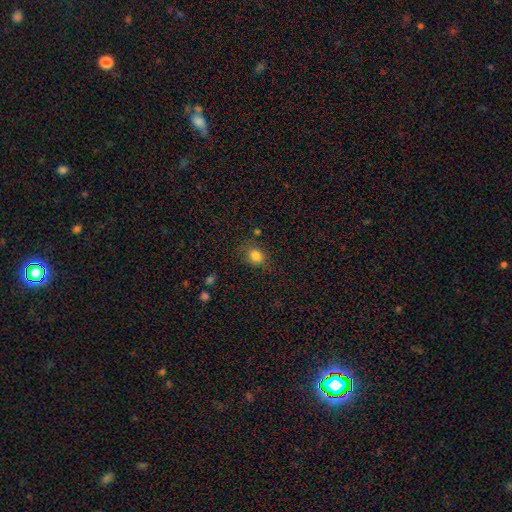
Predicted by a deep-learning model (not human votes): Q: Smooth or featured?
A: smooth (82%); runner-up: star or artifact (12%)
Q: How rounded?
A: in between (53%); runner-up: round (46%)
Q: Merging?
A: none (72%); runner-up: minor disturbance (19%)